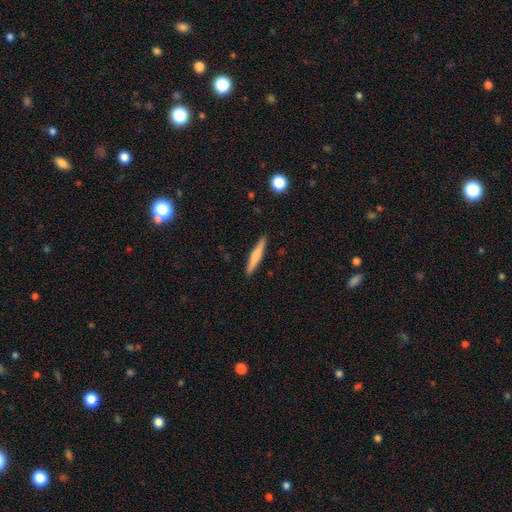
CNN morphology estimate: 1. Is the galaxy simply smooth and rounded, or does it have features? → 61% smooth, 34% featured or disk, 5% star or artifact.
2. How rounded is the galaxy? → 93% cigar-shaped, 6% in between, 1% round.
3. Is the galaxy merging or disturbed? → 90% none, 7% minor disturbance, 1% major disturbance, 1% merger.